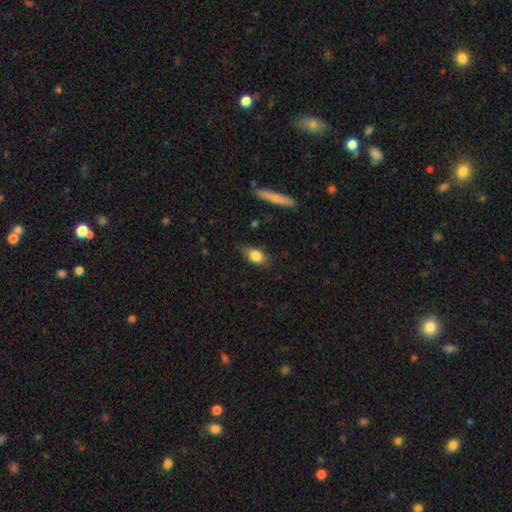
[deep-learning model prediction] Smooth or featured?
  - smooth: 82% *
  - featured or disk: 11%
  - star or artifact: 7%
How rounded?
  - in between: 82% *
  - round: 11%
  - cigar-shaped: 7%
Merging?
  - none: 76% *
  - minor disturbance: 19%
  - major disturbance: 4%
  - merger: 2%